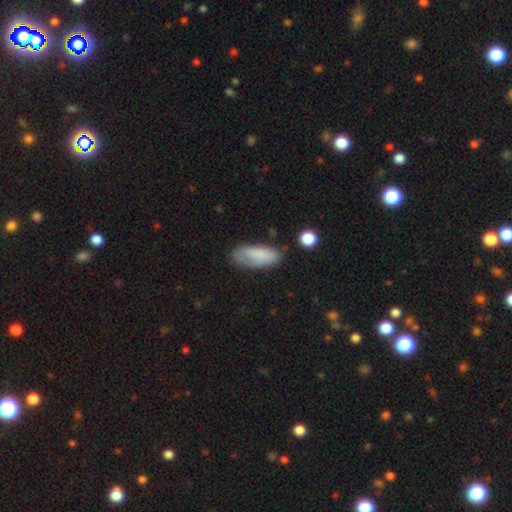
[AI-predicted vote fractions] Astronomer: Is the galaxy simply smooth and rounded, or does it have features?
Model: smooth — 76%.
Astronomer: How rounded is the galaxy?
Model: in between — 78%.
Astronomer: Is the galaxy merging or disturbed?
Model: none — 62%.